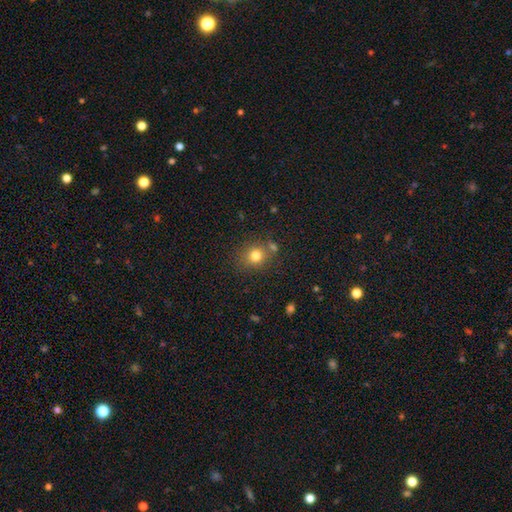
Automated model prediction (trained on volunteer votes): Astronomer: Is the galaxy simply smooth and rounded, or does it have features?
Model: smooth — 78%.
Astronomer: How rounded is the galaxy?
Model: round — 79%.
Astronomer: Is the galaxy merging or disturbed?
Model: none — 73%.